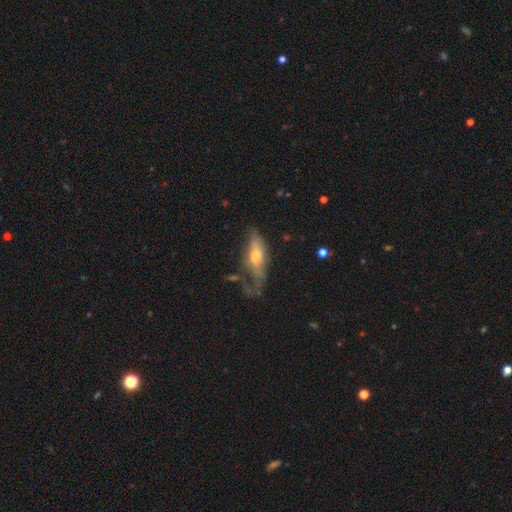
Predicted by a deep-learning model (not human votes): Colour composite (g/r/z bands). It shows a featured or disk galaxy (49%). Merging: major disturbance (38%).